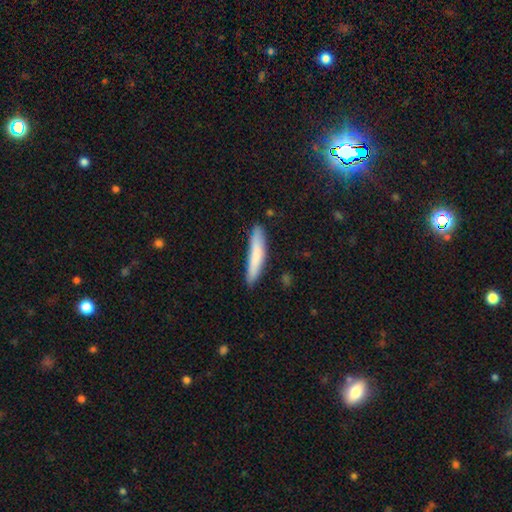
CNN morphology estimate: Overall: smooth (78%). How rounded: cigar-shaped (91%). Merging: none (81%).